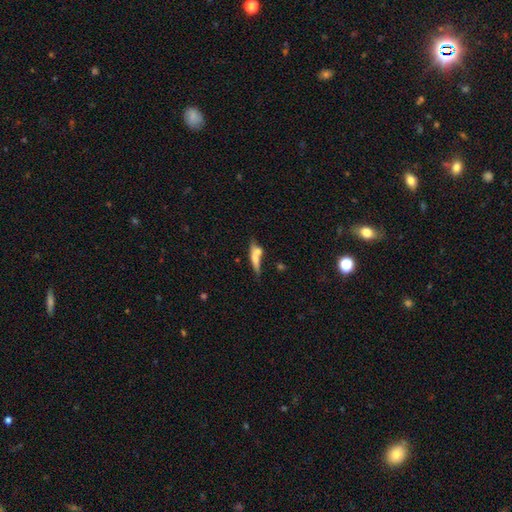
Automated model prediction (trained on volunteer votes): Overall: smooth (59%; featured or disk 33%). How rounded: cigar-shaped (77%). Merging: none (49%; merger 29%).